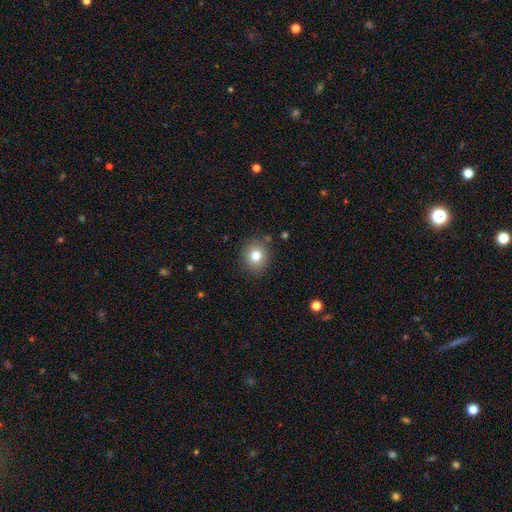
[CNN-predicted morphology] This is likely a smooth galaxy (79%). How rounded: likely round (78%). Merging: clearly none (85%).